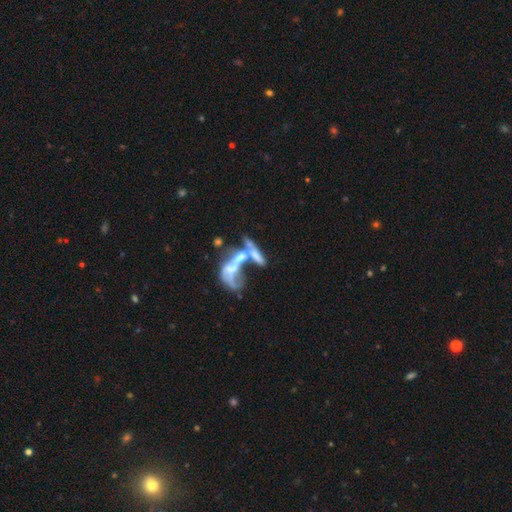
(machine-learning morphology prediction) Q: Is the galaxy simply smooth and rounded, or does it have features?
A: featured or disk — 55%.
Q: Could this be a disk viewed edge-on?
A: no — 88%.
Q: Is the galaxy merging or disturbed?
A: merger — 66%.